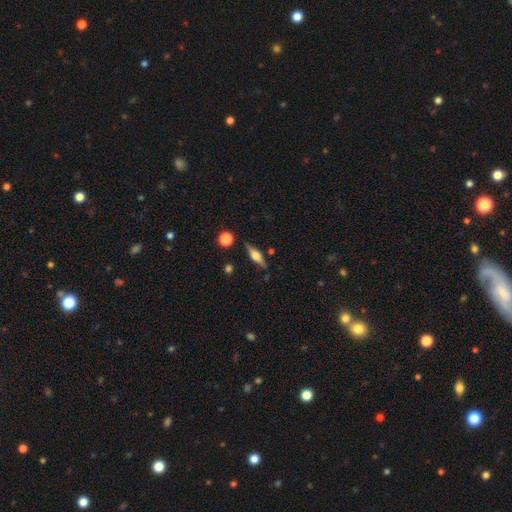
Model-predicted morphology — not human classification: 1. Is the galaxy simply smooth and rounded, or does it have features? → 66% featured or disk, 26% smooth, 7% star or artifact.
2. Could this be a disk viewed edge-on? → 96% yes, 4% no.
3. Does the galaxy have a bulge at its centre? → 86% rounded, 12% boxy, 2% none.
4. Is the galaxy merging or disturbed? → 83% none, 11% minor disturbance, 3% merger, 3% major disturbance.